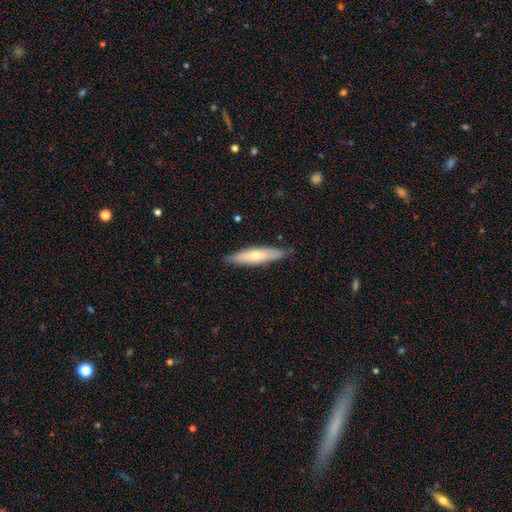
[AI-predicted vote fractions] The model was most divided on "smooth or featured": smooth: 61%, featured or disk: 33%, star or artifact: 6%. More confident: merging — none (85%); how rounded — cigar-shaped (73%).